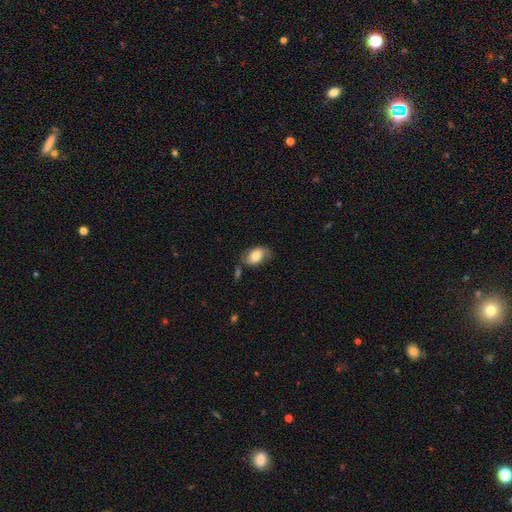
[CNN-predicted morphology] This is likely a smooth galaxy (69%). How rounded: clearly in between (89%). Merging: likely none (61%).